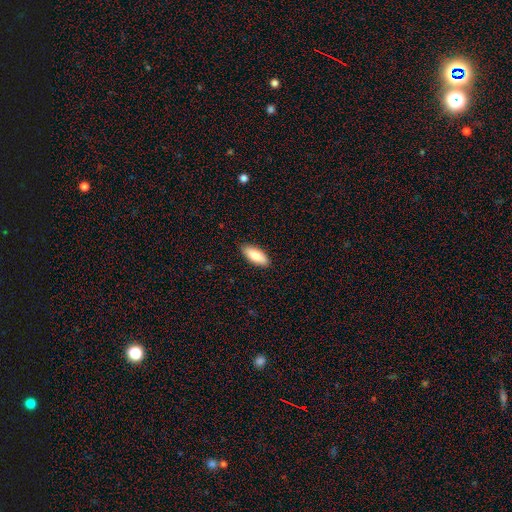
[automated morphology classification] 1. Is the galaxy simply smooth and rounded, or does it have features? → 84% smooth, 10% featured or disk, 6% star or artifact.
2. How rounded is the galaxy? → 82% in between, 17% cigar-shaped, 2% round.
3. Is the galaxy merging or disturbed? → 89% none, 9% minor disturbance, 2% major disturbance, 1% merger.